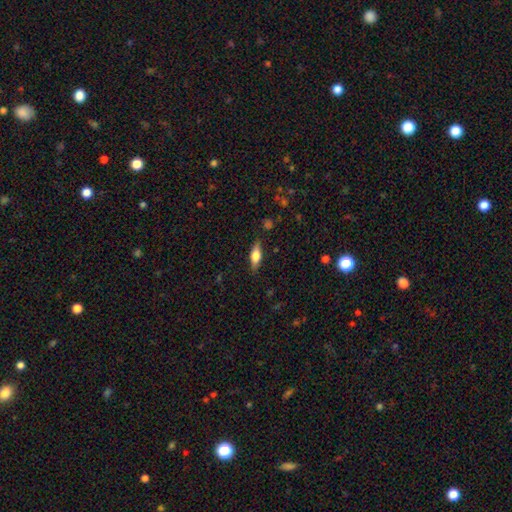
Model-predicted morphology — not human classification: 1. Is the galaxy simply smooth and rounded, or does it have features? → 60% smooth, 33% featured or disk, 7% star or artifact.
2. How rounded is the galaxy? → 63% in between, 33% cigar-shaped, 4% round.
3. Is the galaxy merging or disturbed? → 84% none, 12% minor disturbance, 3% major disturbance, 1% merger.